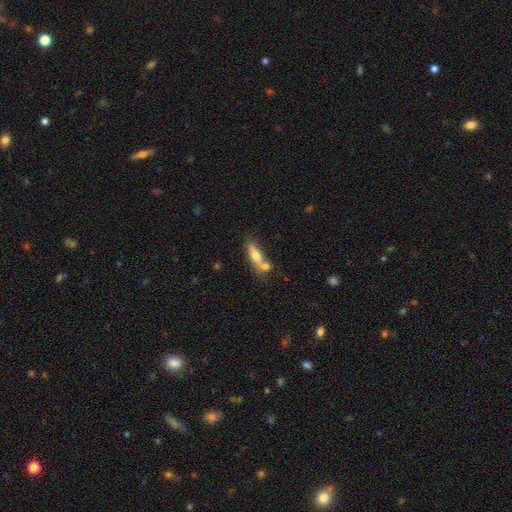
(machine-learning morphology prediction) This appears to be a smooth galaxy with no disk features (60%) that is cigar-shaped (48%, tied with in between). Merging: none (48%).